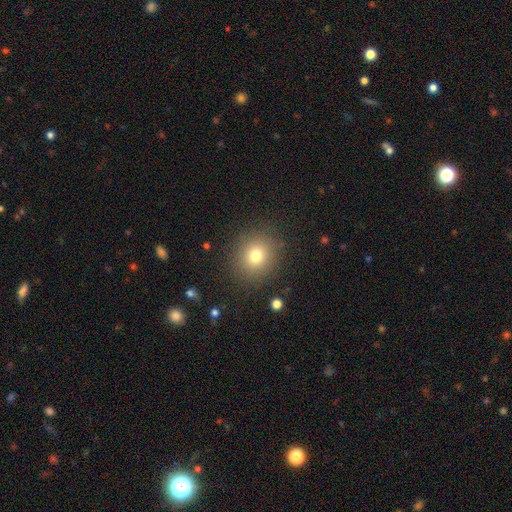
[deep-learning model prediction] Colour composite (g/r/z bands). It shows a smooth galaxy with no disk features (76%) that is round (82%). Merging: none (87%).